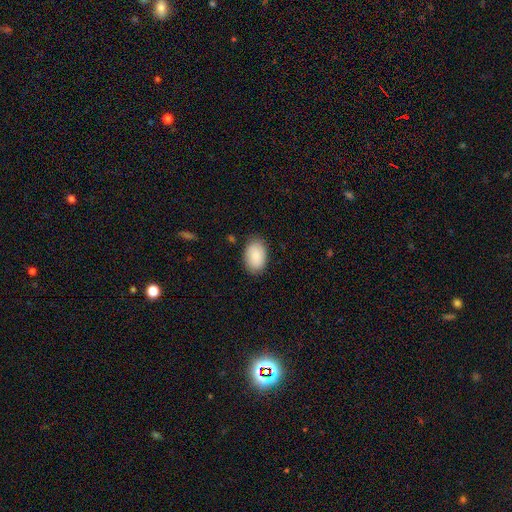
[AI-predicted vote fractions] smooth 86%, featured or disk 8%, star or artifact 6%. Down the decision tree: how rounded — in between (89%); merging — none (83%).